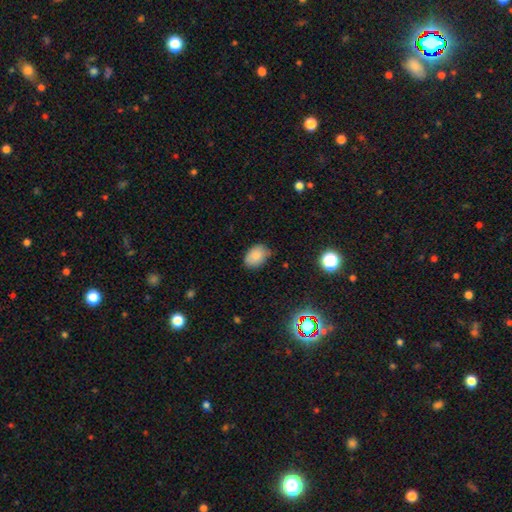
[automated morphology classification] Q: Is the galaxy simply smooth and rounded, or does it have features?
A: smooth — 84%.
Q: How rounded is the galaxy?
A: in between — 81%.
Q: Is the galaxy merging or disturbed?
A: none — 72%.